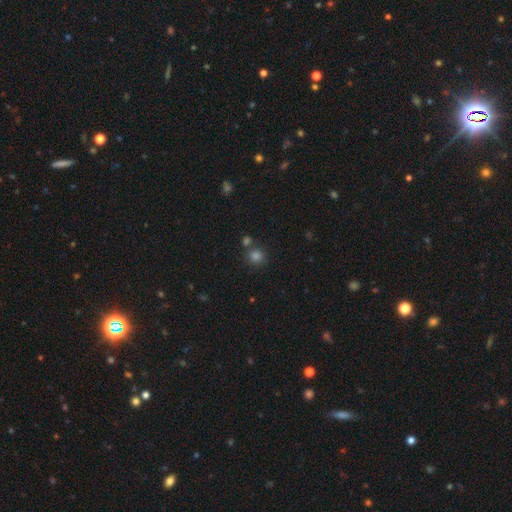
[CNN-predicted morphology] smooth_or_featured: smooth (p=0.78) [alt: star or artifact p=0.17]
how_rounded: round (p=0.91) [alt: in between p=0.08]
merging: none (p=0.73) [alt: merger p=0.15]